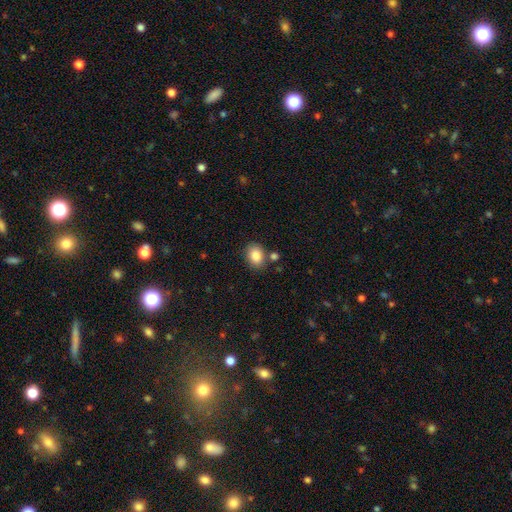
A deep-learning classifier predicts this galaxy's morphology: Smooth or featured: smooth — 87% (star or artifact — 8%)
How rounded: in between — 66% (round — 33%)
Merging: none — 76% (minor disturbance — 13%)